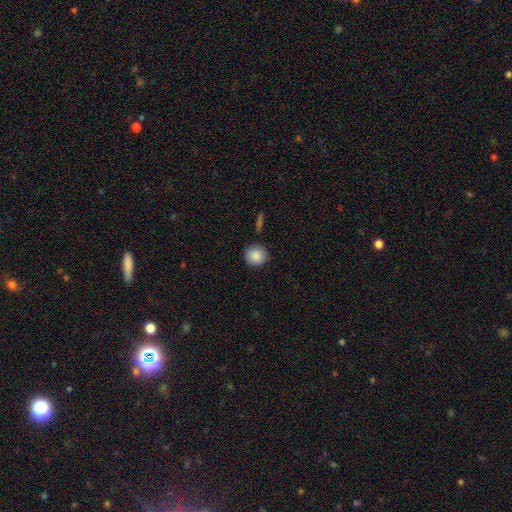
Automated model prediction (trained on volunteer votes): Smooth or featured: smooth — 88% (star or artifact — 7%)
How rounded: round — 93% (in between — 6%)
Merging: none — 89% (minor disturbance — 7%)